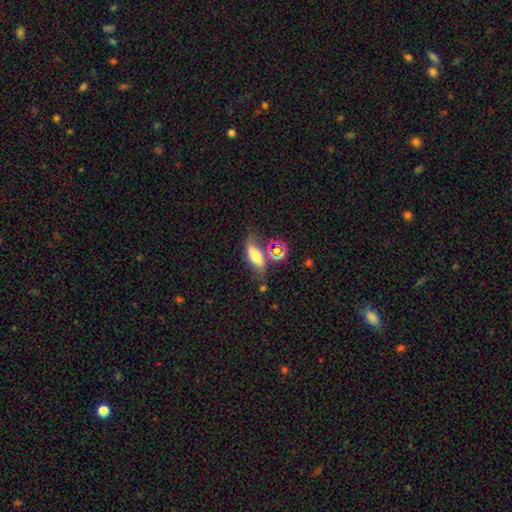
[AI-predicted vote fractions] Smooth or featured: smooth — 59% (featured or disk — 28%)
How rounded: in between — 70% (cigar-shaped — 23%)
Merging: none — 56% (minor disturbance — 23%)